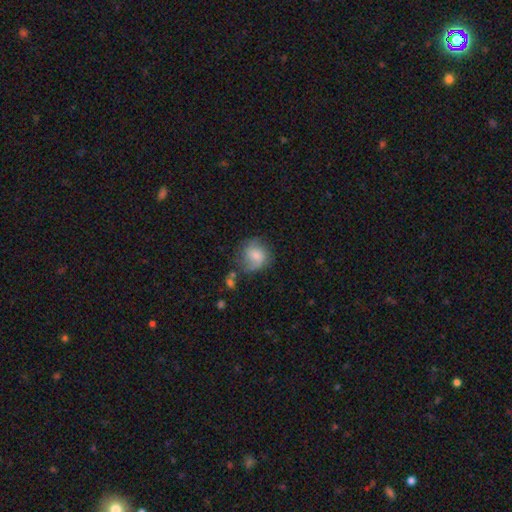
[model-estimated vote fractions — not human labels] smooth_or_featured: smooth (p=0.60) [alt: featured or disk p=0.31]
how_rounded: round (p=0.79) [alt: in between p=0.19]
merging: none (p=0.57) [alt: minor disturbance p=0.26]